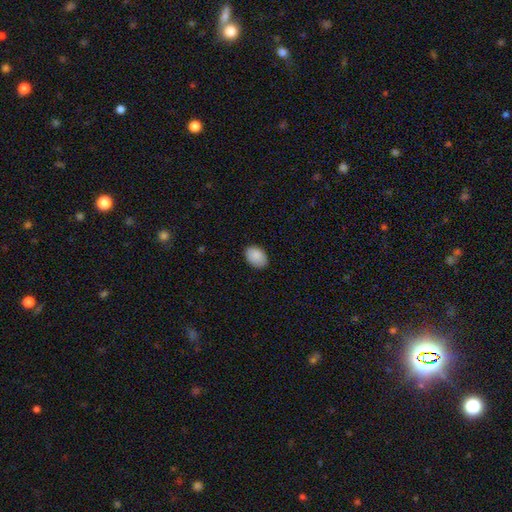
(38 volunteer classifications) Q: Smooth or featured?
A: smooth (95%); runner-up: featured or disk (3%)
Q: How rounded?
A: in between (83%); runner-up: round (17%)
Q: Merging?
A: none (97%); runner-up: minor disturbance (3%)